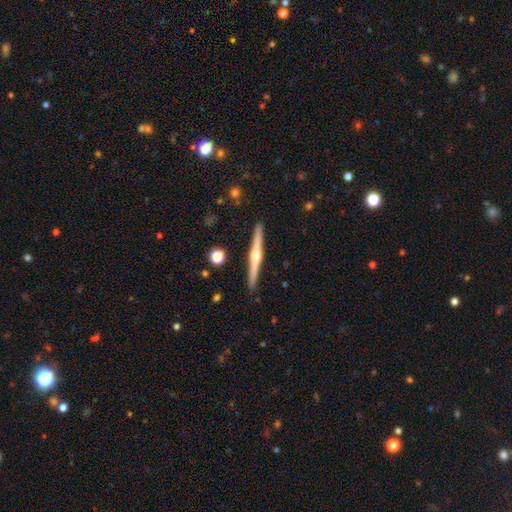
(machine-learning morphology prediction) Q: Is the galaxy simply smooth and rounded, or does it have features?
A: featured or disk — 75%.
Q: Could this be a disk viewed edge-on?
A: yes — 98%.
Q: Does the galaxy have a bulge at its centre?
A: rounded — 87%.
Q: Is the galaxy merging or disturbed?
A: none — 92%.